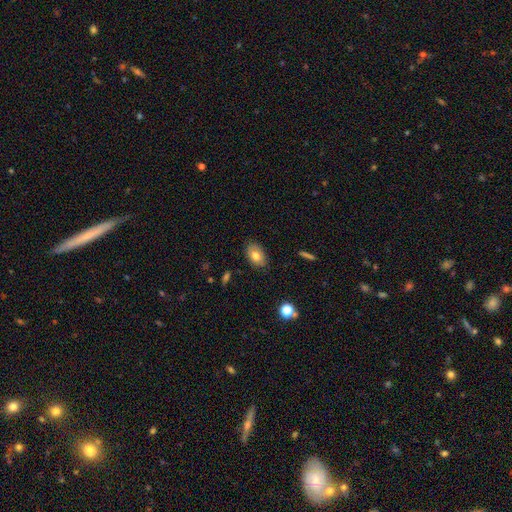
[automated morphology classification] Smooth or featured: smooth — 74% (featured or disk — 18%)
How rounded: in between — 90% (round — 9%)
Merging: none — 83% (minor disturbance — 13%)